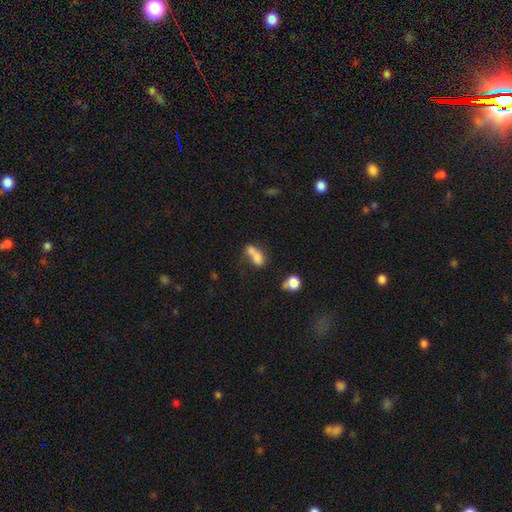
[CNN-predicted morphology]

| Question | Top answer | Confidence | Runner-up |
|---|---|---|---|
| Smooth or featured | smooth | 72% | featured or disk (17%) |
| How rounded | in between | 71% | round (18%) |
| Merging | merger | 57% | none (21%) |